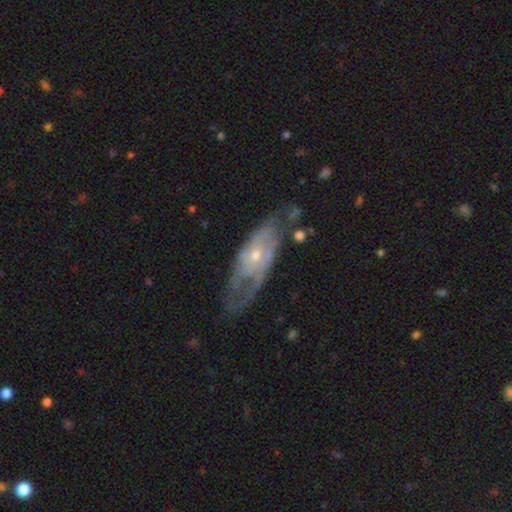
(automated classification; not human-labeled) Morphology: type=featured or disk (74%); edge-on=no (85%); bar=no (74%); spiral arms=yes (68%); bulge=small (54%); merging=none (47%).